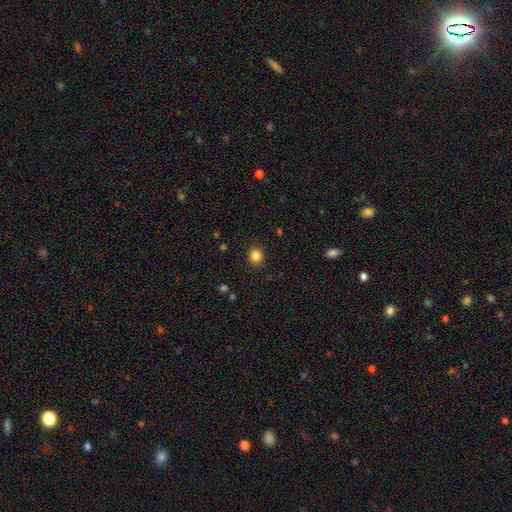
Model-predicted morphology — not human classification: Smooth or featured? Predicted: smooth (p=0.84). How rounded? Predicted: round (p=0.83). Merging? Predicted: none (p=0.90).